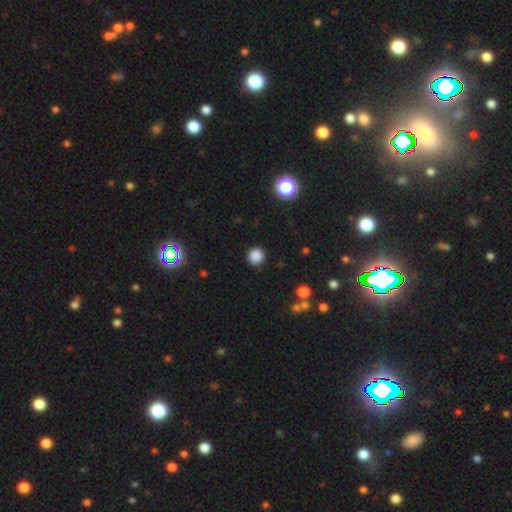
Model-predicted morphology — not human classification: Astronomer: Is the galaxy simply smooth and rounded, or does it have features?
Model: smooth — 85%.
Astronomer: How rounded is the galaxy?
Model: round — 91%.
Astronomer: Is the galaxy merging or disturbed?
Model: none — 90%.